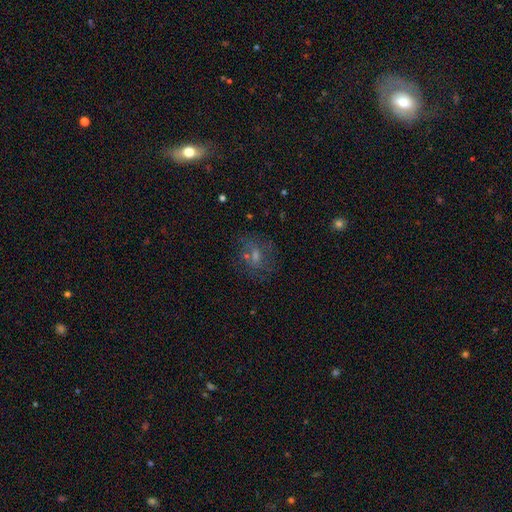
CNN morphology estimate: This appears to be a smooth galaxy with no disk features (41%). Merging: none (62%).